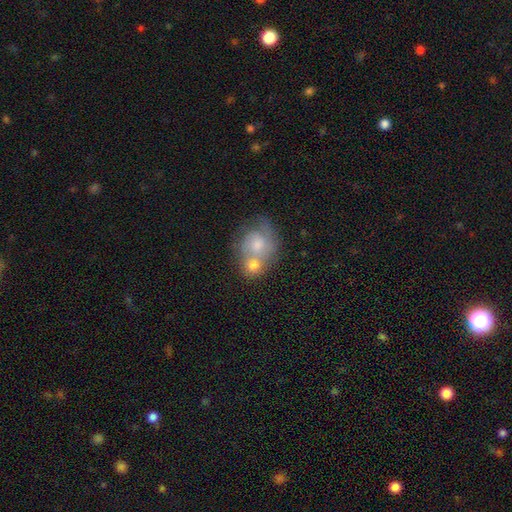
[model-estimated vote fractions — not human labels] Morphology: type=smooth (49%); merging=merger (52%).